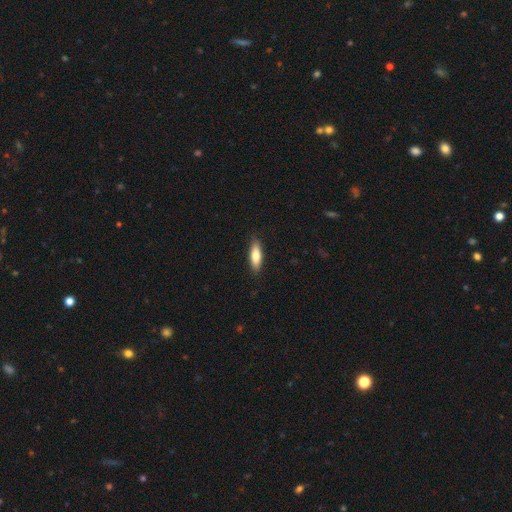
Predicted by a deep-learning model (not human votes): A smooth galaxy with no disk features (78%) that is in between round and cigar-shaped (50%). Merging: none (86%).